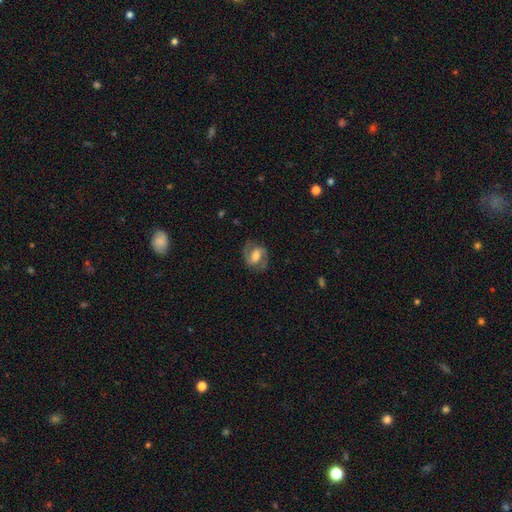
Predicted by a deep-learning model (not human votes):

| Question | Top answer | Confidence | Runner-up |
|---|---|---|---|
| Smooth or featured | featured or disk | 73% | smooth (20%) |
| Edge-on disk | no | 97% | yes (3%) |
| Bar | weak | 43% | strong (34%) |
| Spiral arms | yes | 91% | no (9%) |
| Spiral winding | medium | 52% | tight (24%) |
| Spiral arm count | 2 | 89% | can't tell (5%) |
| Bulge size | moderate | 59% | small (22%) |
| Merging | none | 75% | minor disturbance (16%) |